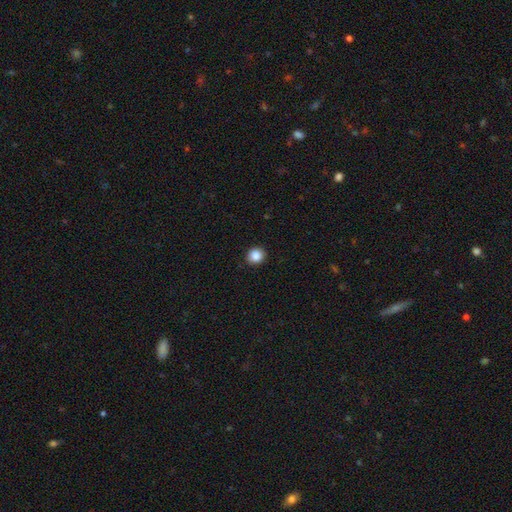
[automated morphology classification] Overall: smooth (87%). How rounded: round (83%). Merging: none (90%).